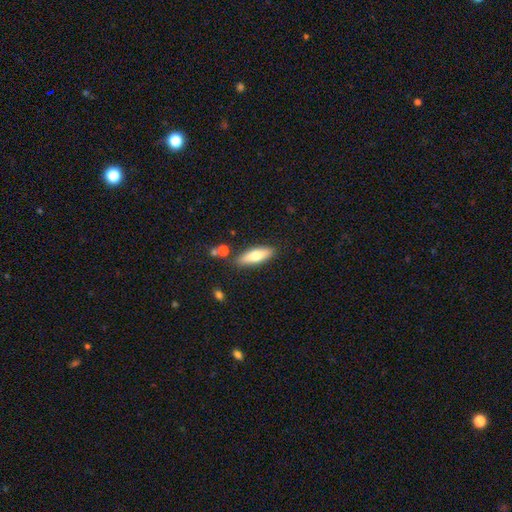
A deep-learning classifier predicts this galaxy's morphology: A smooth galaxy with no disk features (67%) that is cigar-shaped (49%, tied with in between).

Vote fractions:
- Smooth or featured? smooth: 67% / featured or disk: 27% / star or artifact: 6%
- How rounded? cigar-shaped: 49% (tied) / in between: 49% (tied) / round: 2%
- Merging? none: 83% / minor disturbance: 11% / merger: 4% / major disturbance: 2%